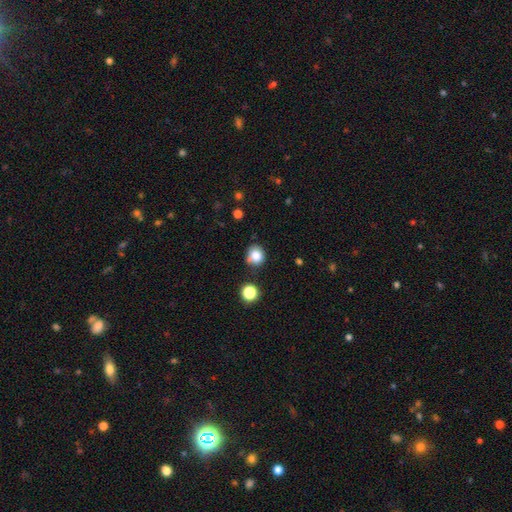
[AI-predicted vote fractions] A smooth galaxy with no disk features (81%) that is round (81%). Merging: none (69%).